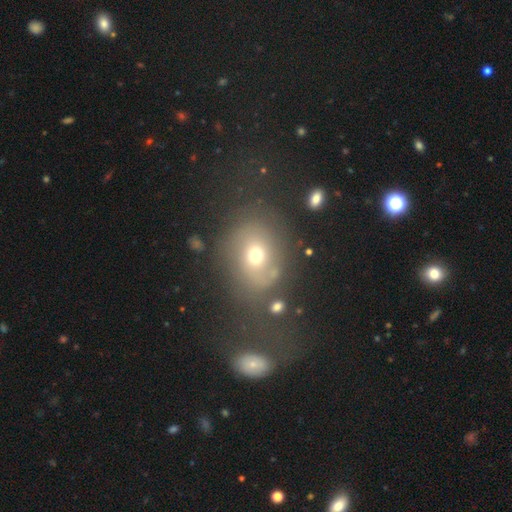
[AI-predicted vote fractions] This appears to be a smooth galaxy with no disk features (58%) that is round (55%). Merging: none (62%).